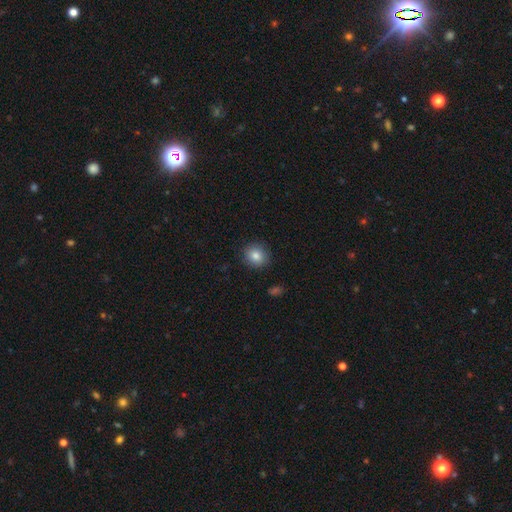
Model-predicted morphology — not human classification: Smooth or featured? smooth (84%)
How rounded? round (85%)
Merging? none (89%)